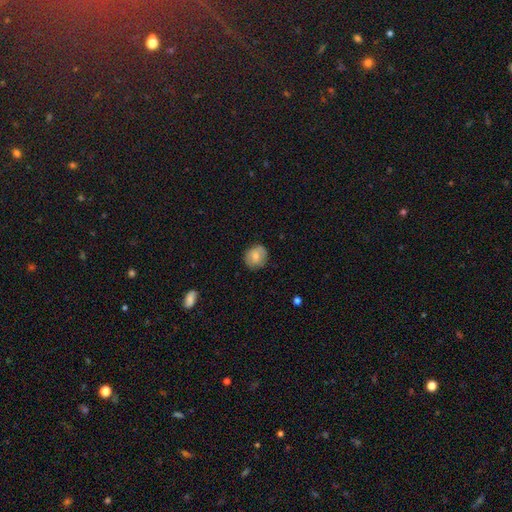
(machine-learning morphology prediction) A smooth galaxy with no disk features (74%) that is round (76%). Merging: none (81%).